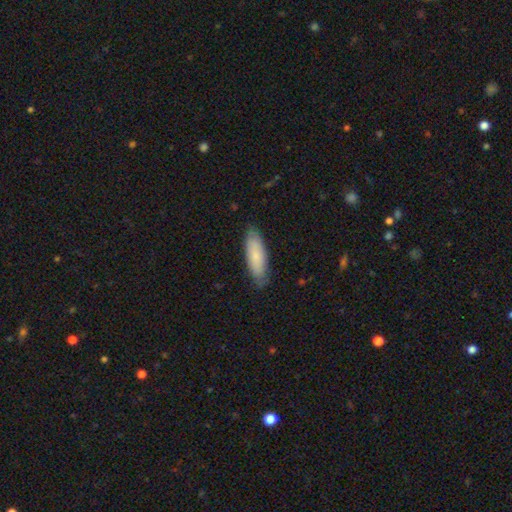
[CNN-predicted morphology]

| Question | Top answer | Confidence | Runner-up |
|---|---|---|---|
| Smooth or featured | smooth | 77% | featured or disk (17%) |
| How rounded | in between | 55% | cigar-shaped (43%) |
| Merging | none | 81% | minor disturbance (15%) |